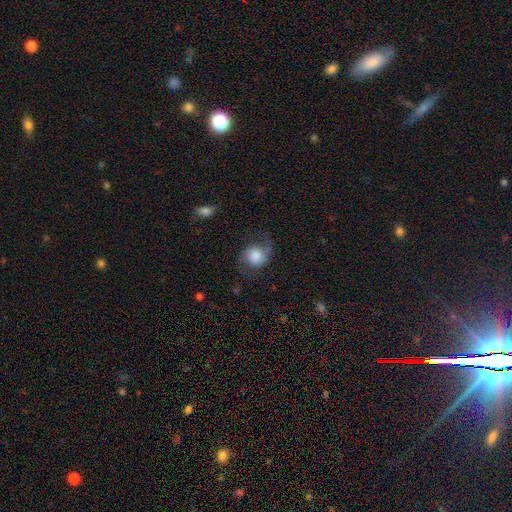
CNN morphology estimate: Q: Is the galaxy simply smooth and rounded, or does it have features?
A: featured or disk — 66%.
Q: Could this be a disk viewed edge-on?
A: no — 98%.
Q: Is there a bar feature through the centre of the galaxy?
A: no — 70%.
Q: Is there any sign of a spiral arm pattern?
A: yes — 94%.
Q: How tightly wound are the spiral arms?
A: loose — 51%.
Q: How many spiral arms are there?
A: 2 — 86%.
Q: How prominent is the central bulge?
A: large — 41%.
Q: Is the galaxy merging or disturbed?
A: none — 67%.